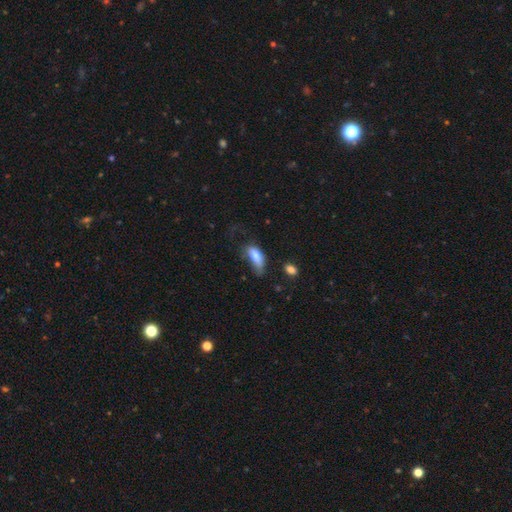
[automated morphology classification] The model was most divided on "merging": major disturbance: 37%, minor disturbance: 32%, none: 27%, merger: 4%. More confident: how rounded — in between (83%); smooth or featured — smooth (75%).